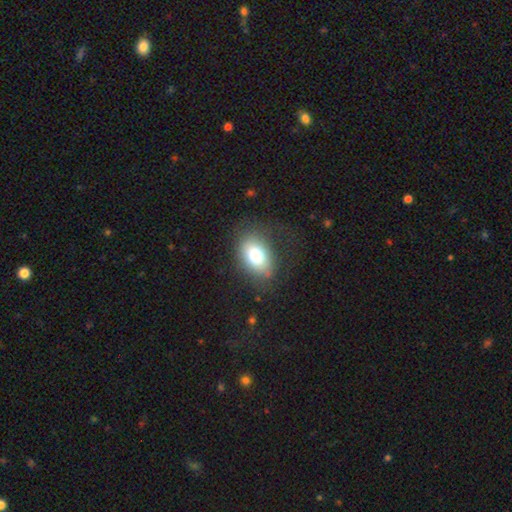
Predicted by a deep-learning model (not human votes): Smooth or featured? Predicted: smooth (p=0.74). How rounded? Predicted: in between (p=0.79). Merging? Predicted: none (p=0.74).